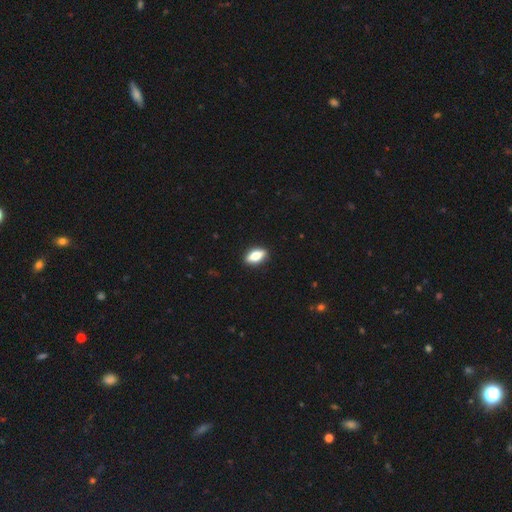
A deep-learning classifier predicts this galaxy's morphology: Q: Smooth or featured?
A: smooth (68%); runner-up: featured or disk (25%)
Q: How rounded?
A: in between (81%); runner-up: cigar-shaped (13%)
Q: Merging?
A: none (89%); runner-up: minor disturbance (8%)